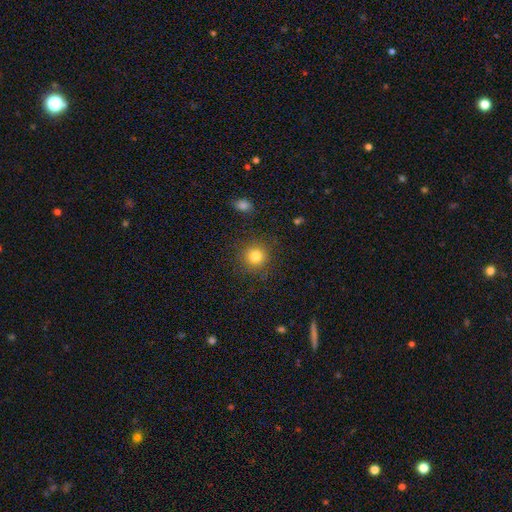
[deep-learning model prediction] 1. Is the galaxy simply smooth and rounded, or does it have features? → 81% smooth, 13% star or artifact, 7% featured or disk.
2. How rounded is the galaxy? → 92% round, 7% in between, 1% cigar-shaped.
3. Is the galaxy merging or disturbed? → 87% none, 8% minor disturbance, 3% major disturbance, 1% merger.